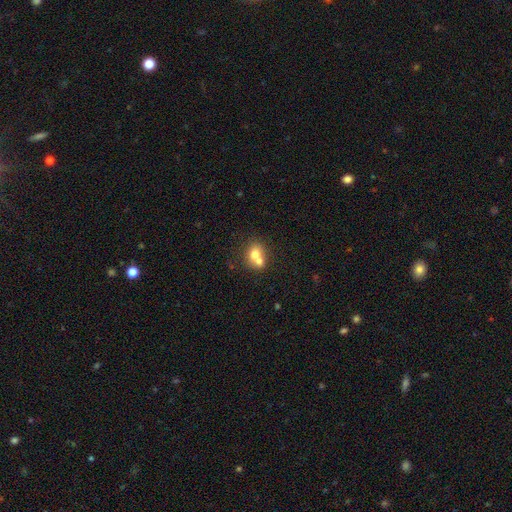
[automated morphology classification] Smooth or featured? Predicted: smooth (p=0.68). How rounded? Predicted: round (p=0.62). Merging? Predicted: merger (p=0.61).